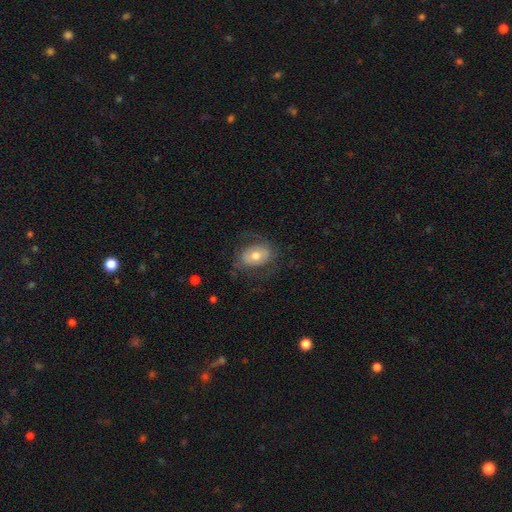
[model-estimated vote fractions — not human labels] Smooth or featured? smooth (52%)
How rounded? in between (79%)
Merging? none (64%)